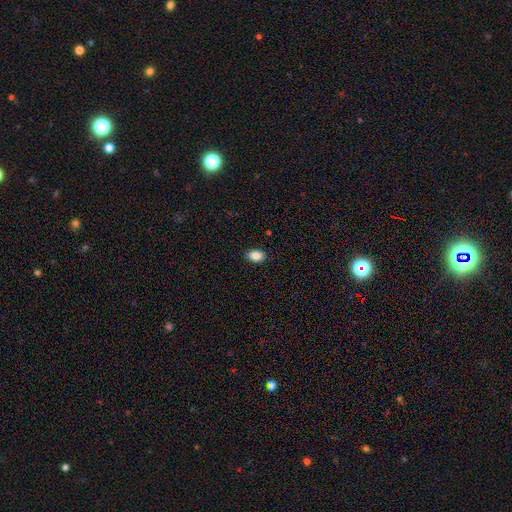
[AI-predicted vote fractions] smooth 88%, star or artifact 8%, featured or disk 4%. Down the decision tree: how rounded — in between (85%); merging — none (89%).